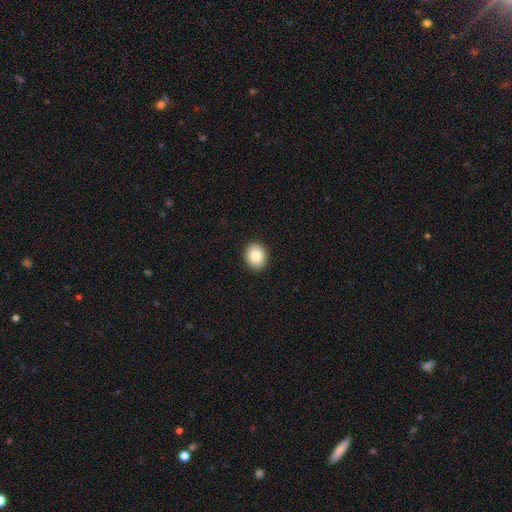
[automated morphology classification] A smooth galaxy with no disk features (85%) that is round (57%).

Vote fractions:
- Smooth or featured? smooth: 85% / star or artifact: 8% / featured or disk: 7%
- How rounded? round: 57% / in between: 43% / cigar-shaped: 1%
- Merging? none: 92% / minor disturbance: 6% / major disturbance: 2% / merger: 1%